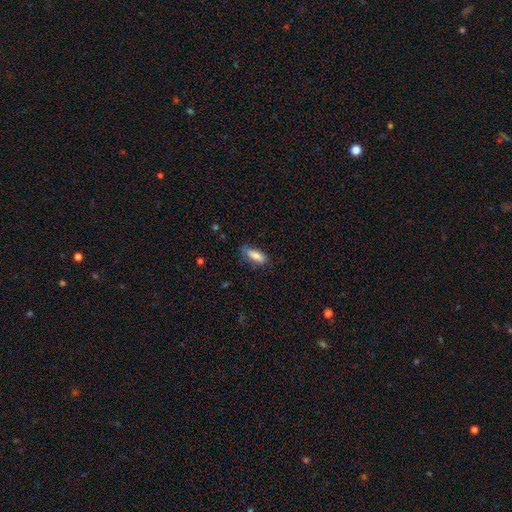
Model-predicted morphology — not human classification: Smooth or featured?
  - smooth: 83% *
  - featured or disk: 10%
  - star or artifact: 7%
How rounded?
  - in between: 64% *
  - cigar-shaped: 34%
  - round: 2%
Merging?
  - none: 69% *
  - minor disturbance: 24%
  - major disturbance: 5%
  - merger: 2%